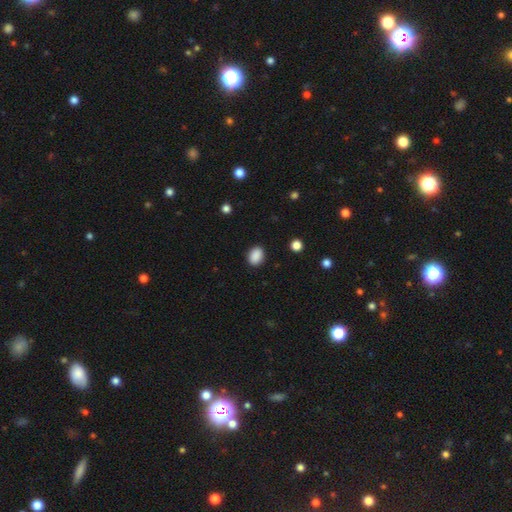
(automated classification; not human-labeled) This appears to be a smooth galaxy with no disk features (89%) that is in between round and cigar-shaped (67%). Merging: none (89%).